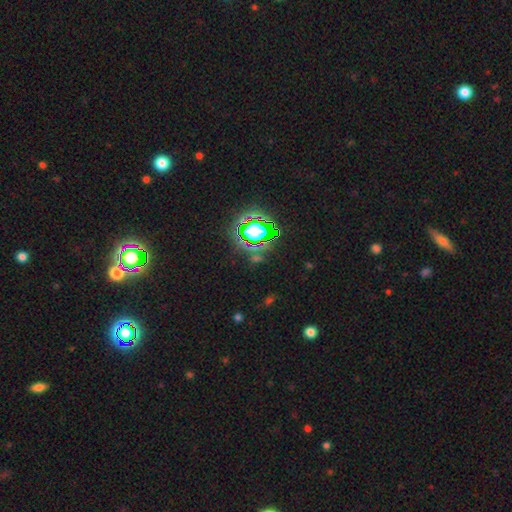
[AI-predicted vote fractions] Smooth or featured? Predicted: star or artifact (p=0.74).